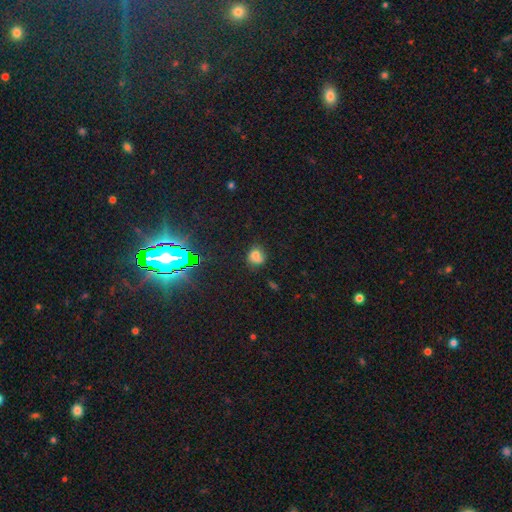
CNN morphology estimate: The model was most divided on "how rounded": round: 69%, in between: 30%, cigar-shaped: 1%. More confident: smooth or featured — smooth (70%); merging — none (64%).